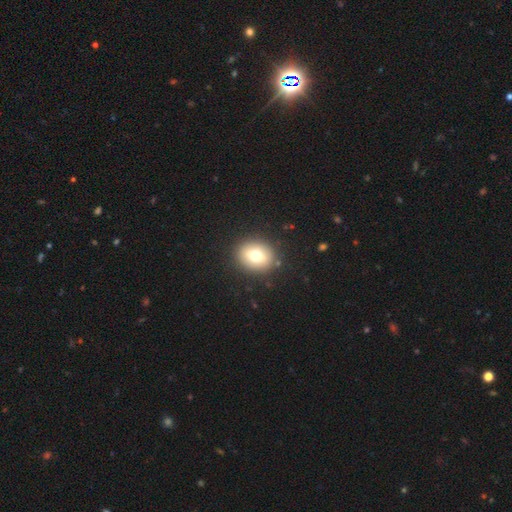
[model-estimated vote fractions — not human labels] Smooth or featured? smooth (72%)
How rounded? round (65%)
Merging? none (88%)